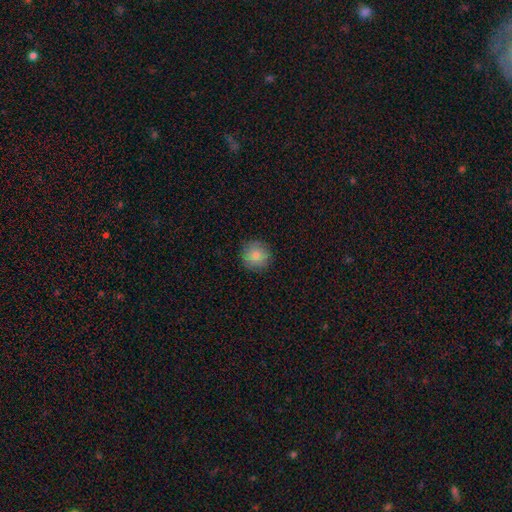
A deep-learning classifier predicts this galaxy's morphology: A smooth galaxy with no disk features (85%) that is round (94%).

Vote fractions:
- Smooth or featured? smooth: 85% / star or artifact: 8% / featured or disk: 7%
- How rounded? round: 94% / in between: 5% / cigar-shaped: 1%
- Merging? none: 89% / minor disturbance: 8% / major disturbance: 2% / merger: 1%